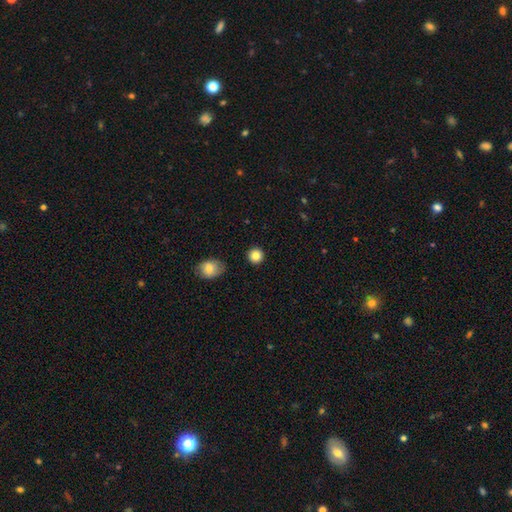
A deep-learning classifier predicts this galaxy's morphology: The model was most divided on "smooth or featured": smooth: 86%, star or artifact: 9%, featured or disk: 5%. More confident: how rounded — round (93%); merging — none (90%).